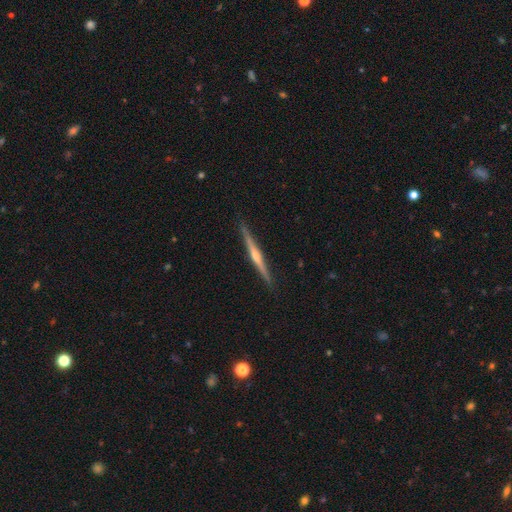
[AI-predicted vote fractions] The model was most divided on "smooth or featured": featured or disk: 79%, smooth: 15%, star or artifact: 5%. More confident: edge-on disk — yes (98%); merging — none (91%); edge-on bulge — rounded (84%).